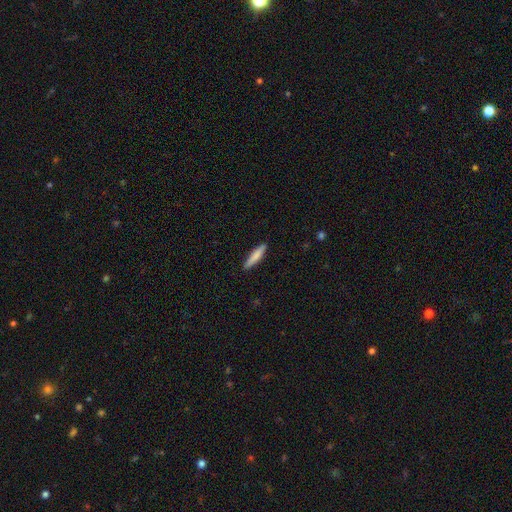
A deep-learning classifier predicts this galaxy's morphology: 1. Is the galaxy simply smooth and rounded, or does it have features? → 76% smooth, 19% featured or disk, 5% star or artifact.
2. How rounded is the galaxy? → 89% cigar-shaped, 10% in between, 1% round.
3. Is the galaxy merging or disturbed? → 90% none, 8% minor disturbance, 2% major disturbance, 1% merger.